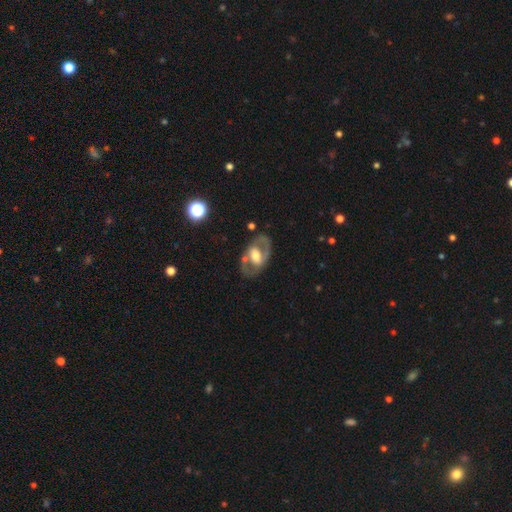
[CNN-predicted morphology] A featured or disk galaxy (69%) with no bar (38%), spiral arms (56%) and a moderate central bulge (54%). Merging: none (69%).